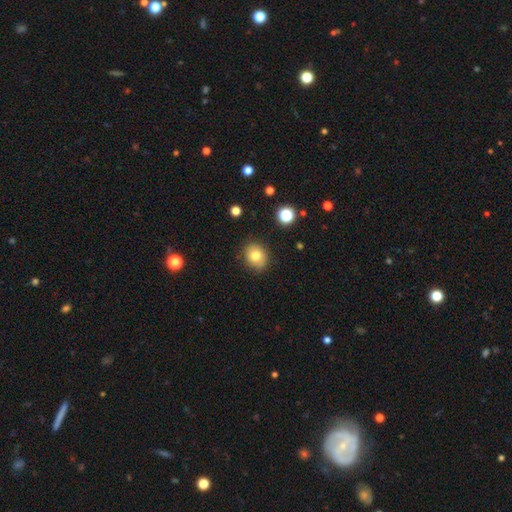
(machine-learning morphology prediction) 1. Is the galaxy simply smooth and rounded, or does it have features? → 78% smooth, 11% star or artifact, 11% featured or disk.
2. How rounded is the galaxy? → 64% round, 35% in between, 1% cigar-shaped.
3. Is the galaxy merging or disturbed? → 83% none, 13% minor disturbance, 3% major disturbance, 2% merger.